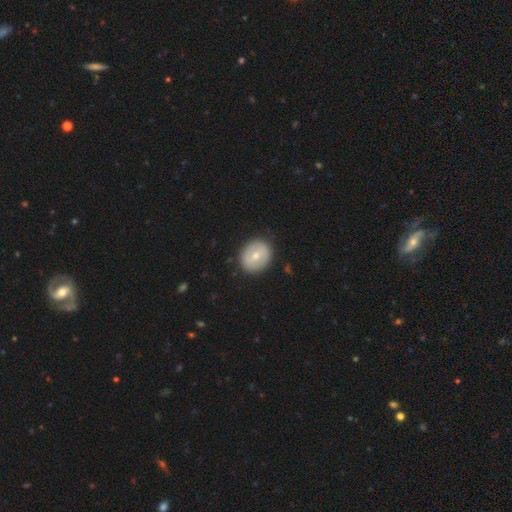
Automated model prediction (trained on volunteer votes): Smooth or featured? smooth (59%)
How rounded? round (74%)
Merging? none (87%)